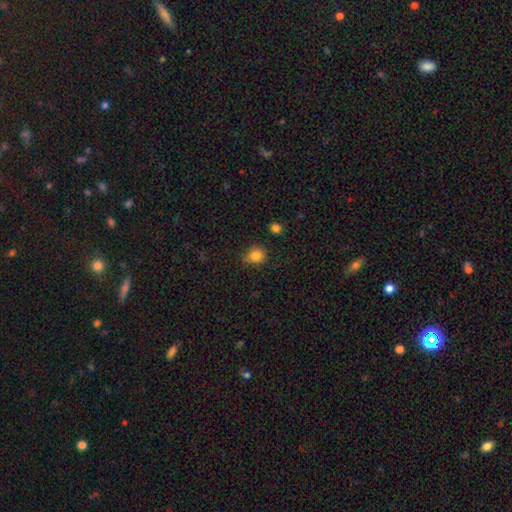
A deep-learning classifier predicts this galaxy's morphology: smooth-or-featured: smooth: 83% | star or artifact: 12% | featured or disk: 5%
  how-rounded: round: 83% | in between: 16% | cigar-shaped: 1%
  merging: none: 73% | minor disturbance: 20% | major disturbance: 4% | merger: 3%